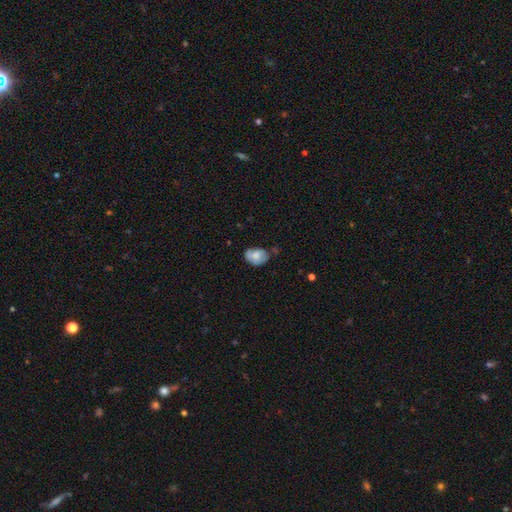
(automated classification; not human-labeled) Smooth or featured? Predicted: smooth (p=0.61). How rounded? Predicted: in between (p=0.75). Merging? Predicted: none (p=0.54).